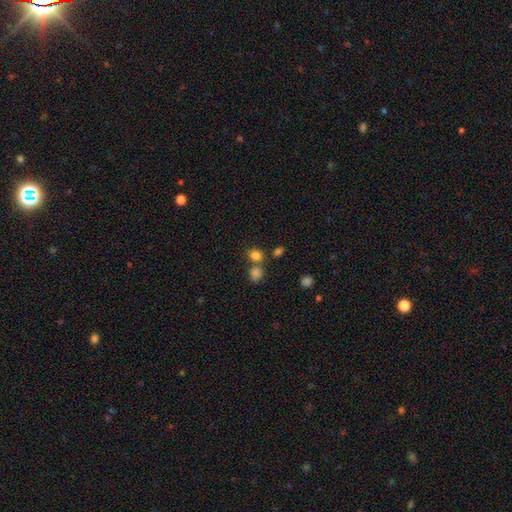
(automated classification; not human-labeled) smooth 81%, star or artifact 14%, featured or disk 6%. Down the decision tree: how rounded — round (63%); merging — none (58%).